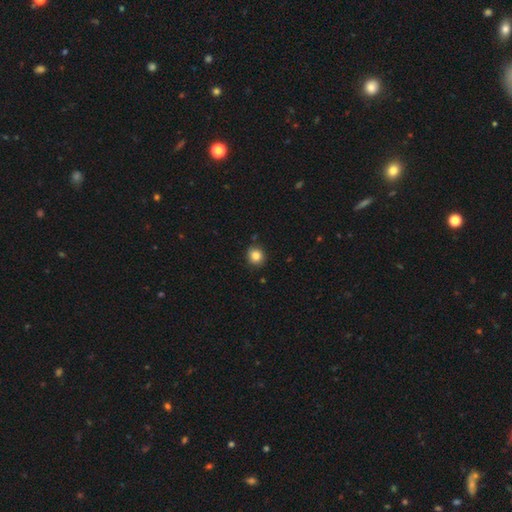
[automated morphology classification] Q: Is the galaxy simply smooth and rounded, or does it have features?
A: smooth — 84%.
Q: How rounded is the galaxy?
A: round — 87%.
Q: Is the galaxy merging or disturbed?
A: none — 87%.